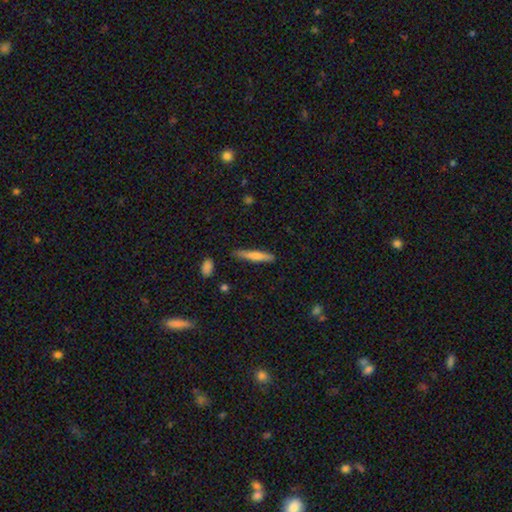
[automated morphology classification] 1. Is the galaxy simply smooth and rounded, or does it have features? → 59% smooth, 35% featured or disk, 6% star or artifact.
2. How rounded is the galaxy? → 91% cigar-shaped, 7% in between, 2% round.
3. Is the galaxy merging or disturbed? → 86% none, 10% minor disturbance, 2% major disturbance, 2% merger.